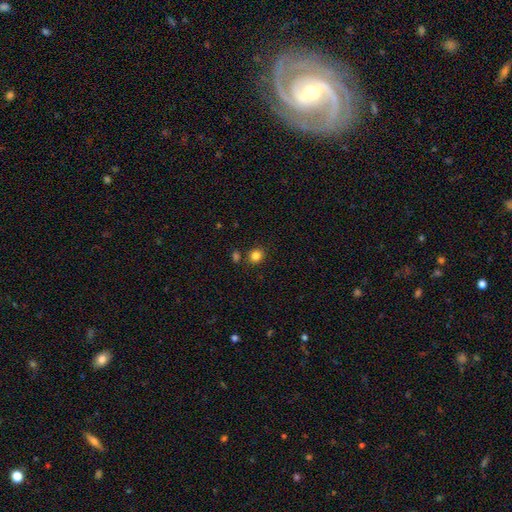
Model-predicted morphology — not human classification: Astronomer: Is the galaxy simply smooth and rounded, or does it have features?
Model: smooth — 83%.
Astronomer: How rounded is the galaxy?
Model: round — 77%.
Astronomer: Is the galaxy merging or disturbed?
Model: none — 82%.